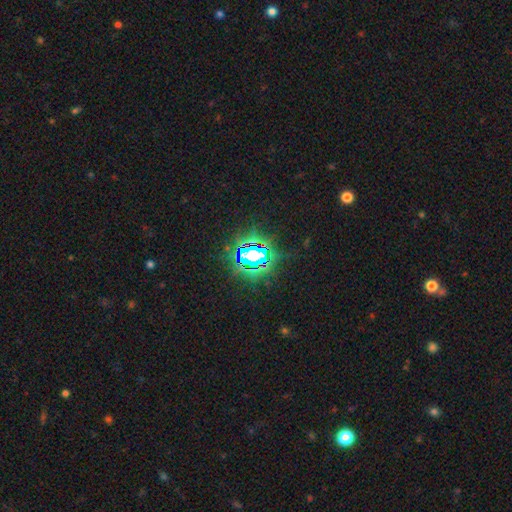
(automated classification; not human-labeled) This appears to be a star or artifact, not a galaxy (83%).